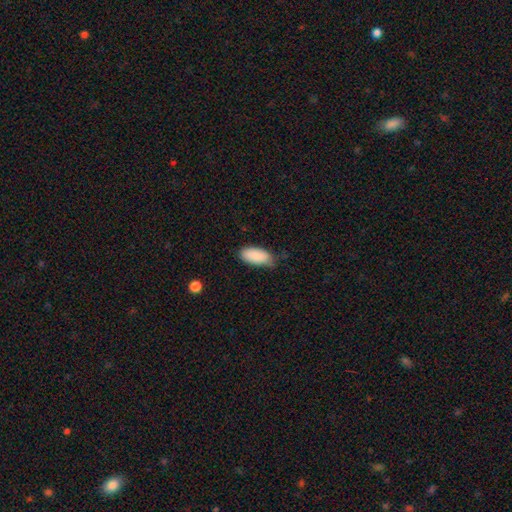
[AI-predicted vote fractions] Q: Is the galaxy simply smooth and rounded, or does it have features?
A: smooth — 89%.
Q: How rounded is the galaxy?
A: in between — 92%.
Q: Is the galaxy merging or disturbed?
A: none — 62%.